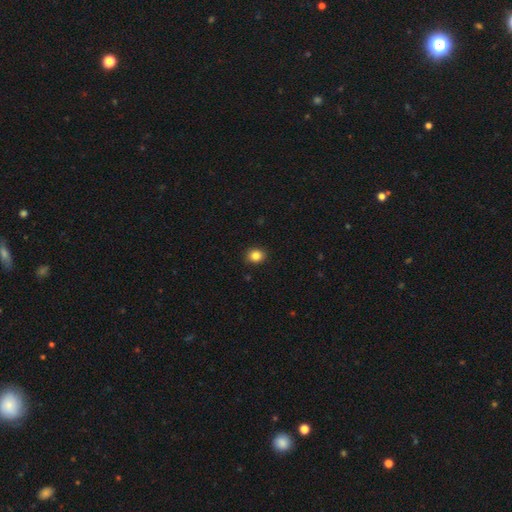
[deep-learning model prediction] smooth 85%, star or artifact 11%, featured or disk 5%. Down the decision tree: how rounded — round (67%); merging — none (91%).